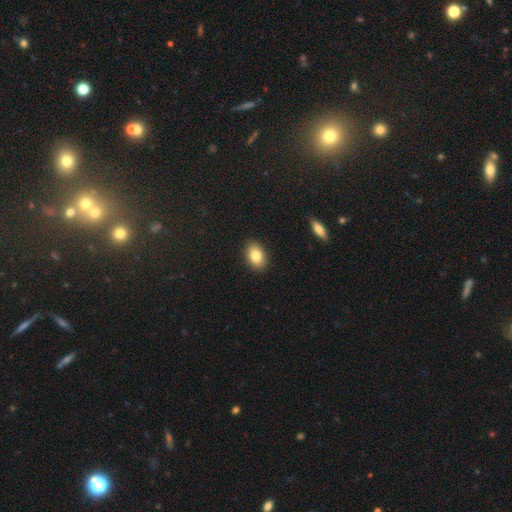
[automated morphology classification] Smooth or featured? smooth (84%)
How rounded? in between (83%)
Merging? none (89%)